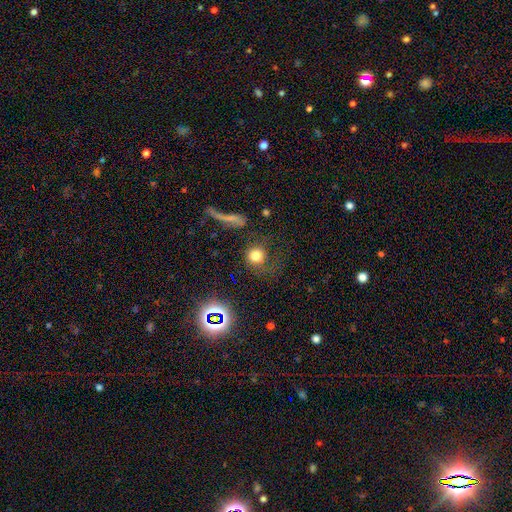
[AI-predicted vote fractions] A smooth galaxy with no disk features (74%) that is round (87%).

Vote fractions:
- Smooth or featured? smooth: 74% / star or artifact: 14% / featured or disk: 12%
- How rounded? round: 87% / in between: 11% / cigar-shaped: 2%
- Merging? none: 55% / major disturbance: 21% / minor disturbance: 15% / merger: 9%